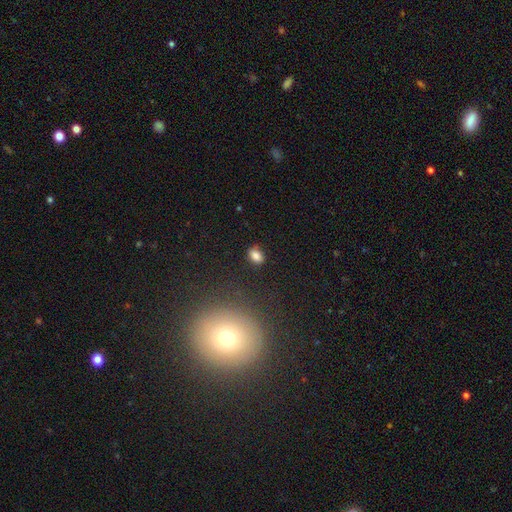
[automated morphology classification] The model was most divided on "how rounded": in between: 77%, round: 21%, cigar-shaped: 2%. More confident: smooth or featured — smooth (82%); merging — none (81%).